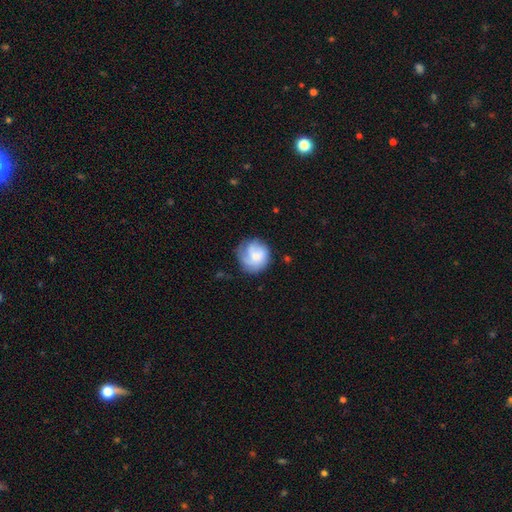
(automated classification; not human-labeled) This appears to be a smooth galaxy with no disk features (50%) that is round (85%). Merging: none (62%).